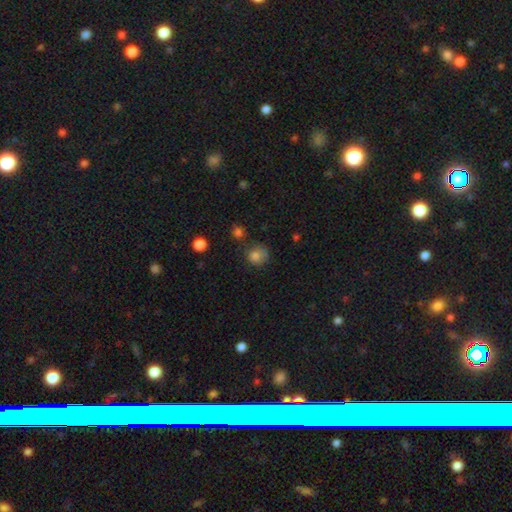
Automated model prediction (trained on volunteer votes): Smooth or featured?
  - smooth: 80% *
  - star or artifact: 12%
  - featured or disk: 8%
How rounded?
  - round: 83% *
  - in between: 16%
  - cigar-shaped: 1%
Merging?
  - none: 58% *
  - minor disturbance: 24%
  - major disturbance: 11%
  - merger: 7%